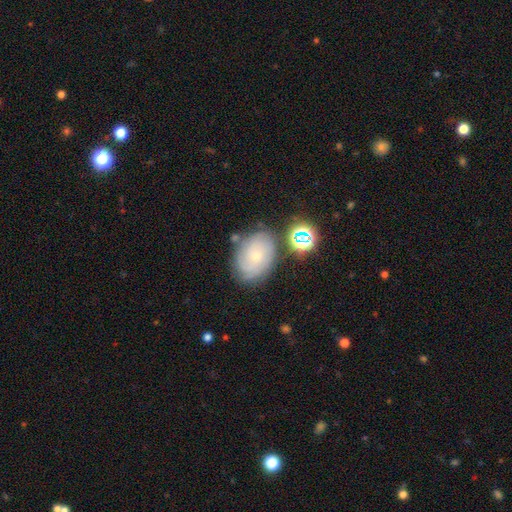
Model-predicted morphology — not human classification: Smooth or featured: featured or disk — 54% (smooth — 33%)
Edge-on disk: no — 95% (yes — 5%)
Bar: no — 86% (weak — 12%)
Spiral arms: yes — 76% (no — 24%)
Bulge size: small — 72% (moderate — 25%)
Merging: none — 69% (minor disturbance — 18%)